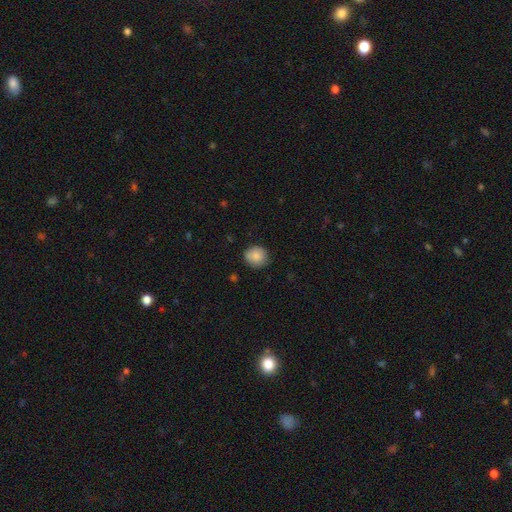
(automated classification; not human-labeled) smooth_or_featured: smooth (p=0.87) [alt: star or artifact p=0.08]
how_rounded: round (p=0.84) [alt: in between p=0.15]
merging: none (p=0.84) [alt: minor disturbance p=0.13]